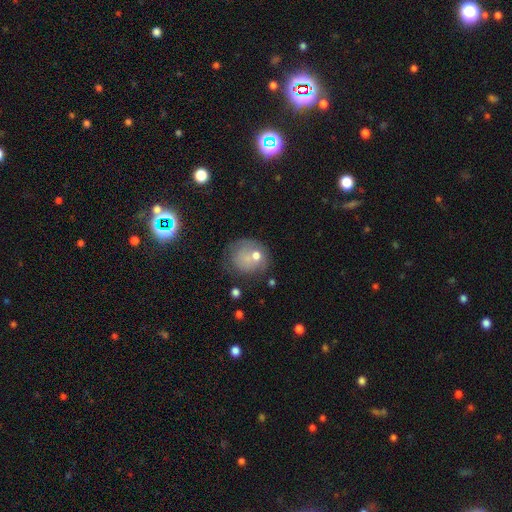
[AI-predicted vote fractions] This is possibly a smooth galaxy (51%). How rounded: likely round (77%). Merging: possibly none (49%).